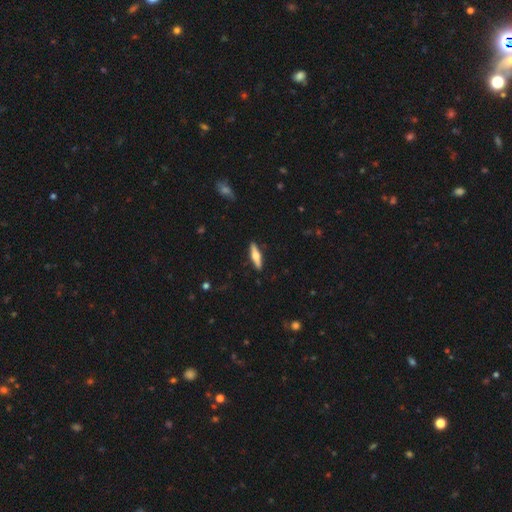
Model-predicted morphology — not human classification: A featured or disk galaxy (59%) viewed edge-on (96%) with a rounded central bulge (92%).

Vote fractions:
- Smooth or featured? featured or disk: 59% / smooth: 36% / star or artifact: 5%
- Edge-on disk? yes: 96% / no: 4%
- Edge-on bulge? rounded: 92% / boxy: 5% / none: 3%
- Merging? none: 89% / minor disturbance: 8% / major disturbance: 2% / merger: 1%